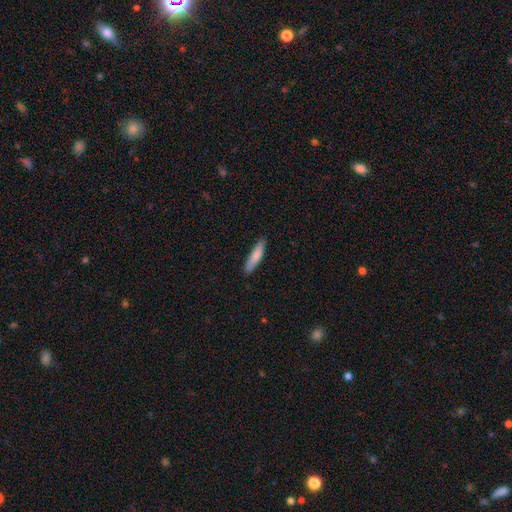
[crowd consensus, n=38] Morphology: type=smooth (82%); roundness=cigar-shaped (87%); merging=none (75%).